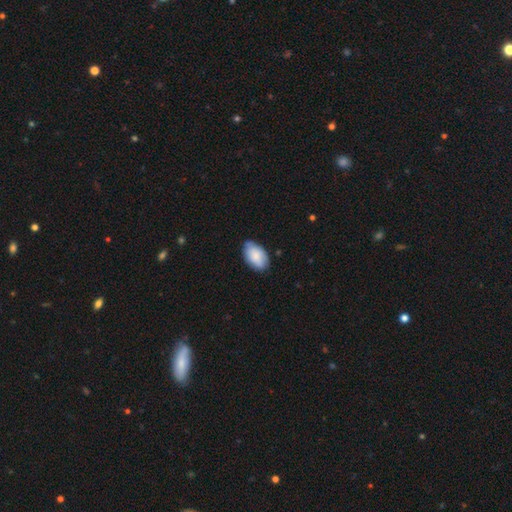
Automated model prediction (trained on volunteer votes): smooth_or_featured: smooth (p=0.80) [alt: featured or disk p=0.14]
how_rounded: in between (p=0.94) [alt: round p=0.05]
merging: none (p=0.72) [alt: minor disturbance p=0.23]